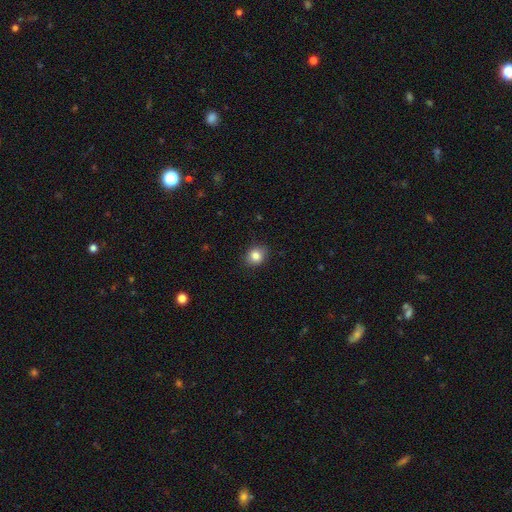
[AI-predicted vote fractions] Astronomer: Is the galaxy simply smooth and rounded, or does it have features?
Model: smooth — 83%.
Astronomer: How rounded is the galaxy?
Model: round — 64%.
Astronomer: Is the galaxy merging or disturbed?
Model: none — 87%.